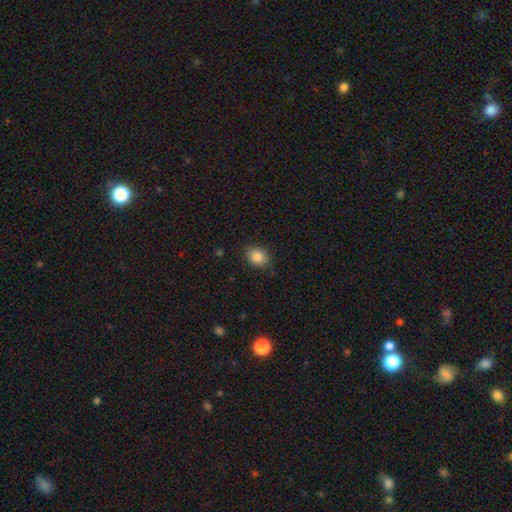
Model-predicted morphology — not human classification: smooth-or-featured: smooth: 85% | star or artifact: 9% | featured or disk: 6%
  how-rounded: in between: 59% | round: 40% | cigar-shaped: 1%
  merging: none: 84% | minor disturbance: 12% | major disturbance: 3% | merger: 1%